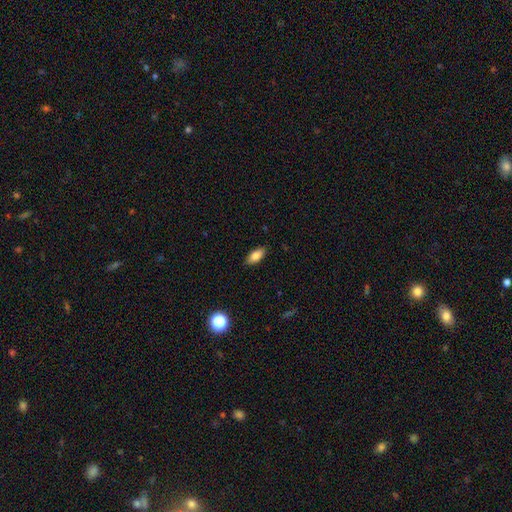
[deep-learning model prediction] Smooth or featured? Predicted: smooth (p=0.84). How rounded? Predicted: in between (p=0.86). Merging? Predicted: none (p=0.87).